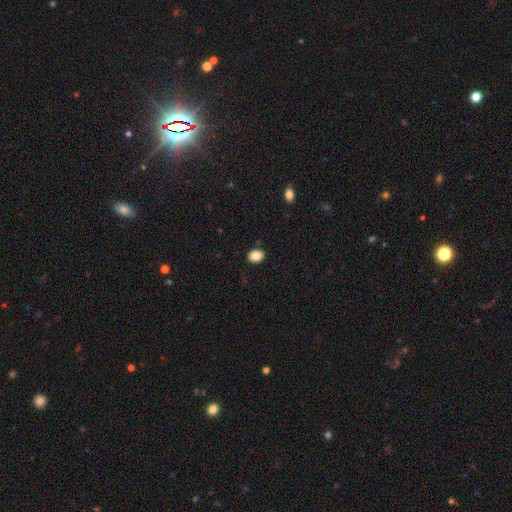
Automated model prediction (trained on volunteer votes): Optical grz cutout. It shows a smooth galaxy with no disk features (88%) that is in between round and cigar-shaped (70%). Merging: none (88%).